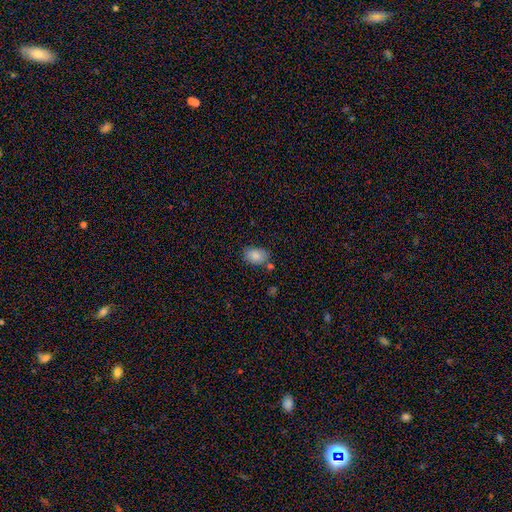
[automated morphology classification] type=smooth (86%); roundness=in between (85%); merging=none (71%).